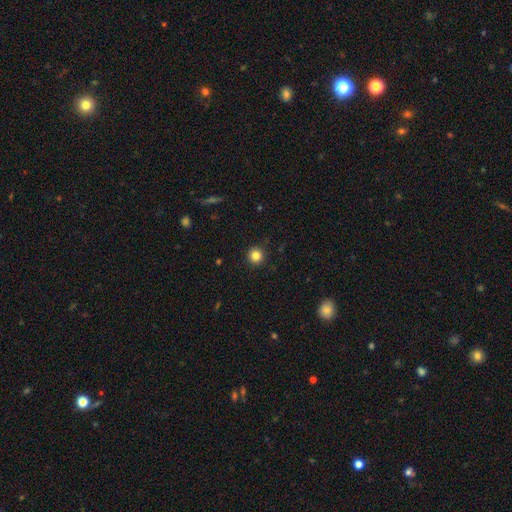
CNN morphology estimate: This appears to be a smooth galaxy with no disk features (84%) that is round (95%). Merging: none (93%).